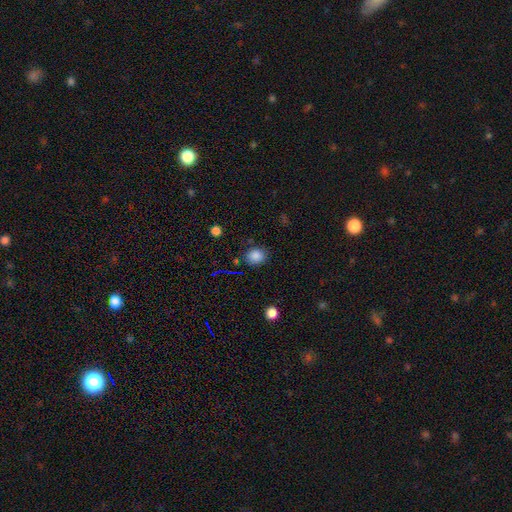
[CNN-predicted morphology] type=smooth (84%); roundness=round (62%); merging=none (82%).